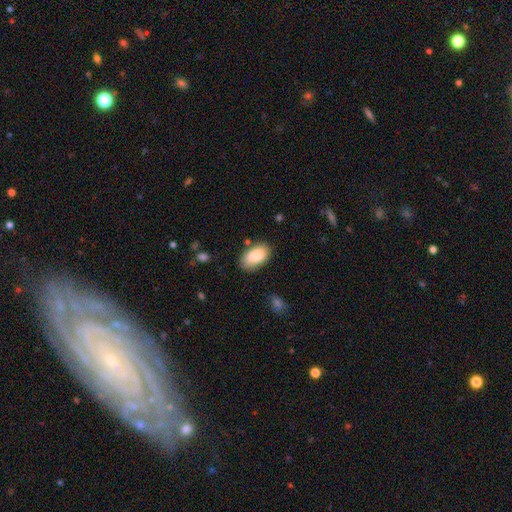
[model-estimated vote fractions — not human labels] Overall: smooth (85%). How rounded: in between (95%). Merging: none (80%).